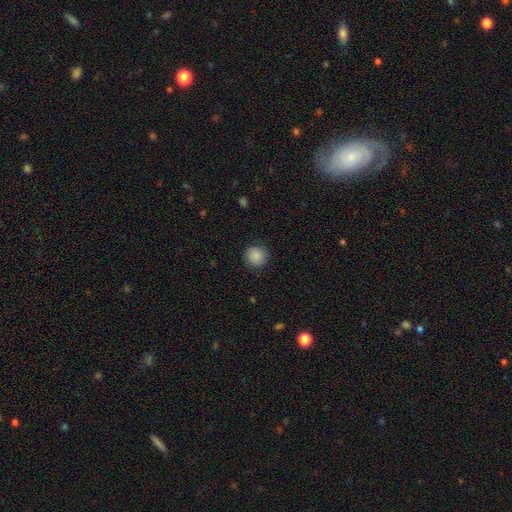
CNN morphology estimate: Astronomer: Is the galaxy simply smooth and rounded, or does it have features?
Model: smooth — 88%.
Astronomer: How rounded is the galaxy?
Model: round — 92%.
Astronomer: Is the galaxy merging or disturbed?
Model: none — 88%.